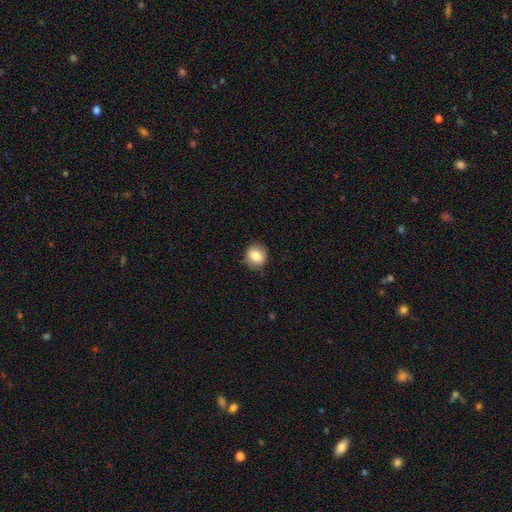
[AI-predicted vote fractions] Smooth or featured: smooth — 81% (featured or disk — 10%)
How rounded: round — 81% (in between — 18%)
Merging: none — 81% (minor disturbance — 14%)